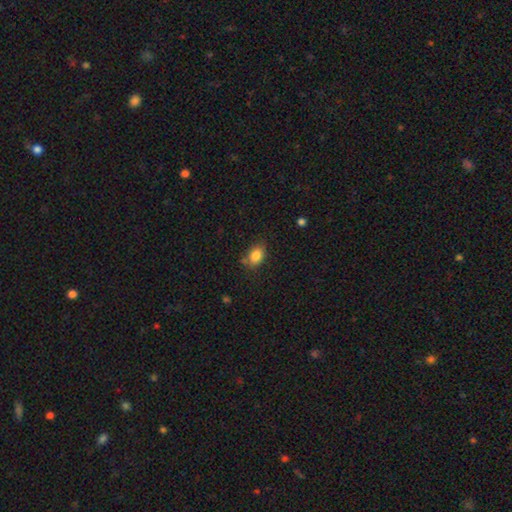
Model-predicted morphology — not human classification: smooth 84%, star or artifact 9%, featured or disk 7%. Down the decision tree: how rounded — in between (79%); merging — none (71%).